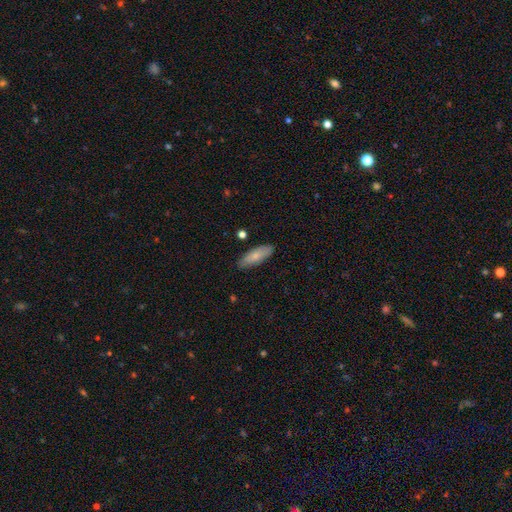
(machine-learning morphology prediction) Q: Smooth or featured?
A: smooth (77%); runner-up: featured or disk (17%)
Q: How rounded?
A: in between (61%); runner-up: cigar-shaped (37%)
Q: Merging?
A: none (86%); runner-up: minor disturbance (10%)